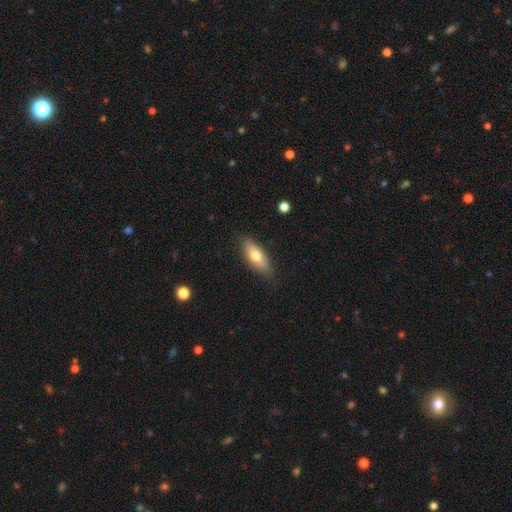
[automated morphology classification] Overall: smooth (69%). How rounded: in between (67%; cigar-shaped 30%). Merging: none (84%).